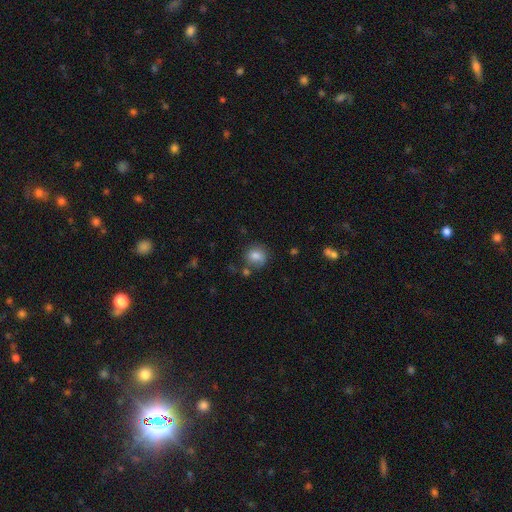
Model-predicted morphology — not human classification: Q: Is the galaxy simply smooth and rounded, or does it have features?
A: smooth — 81%.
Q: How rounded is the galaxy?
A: round — 83%.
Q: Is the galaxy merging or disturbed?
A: none — 69%.